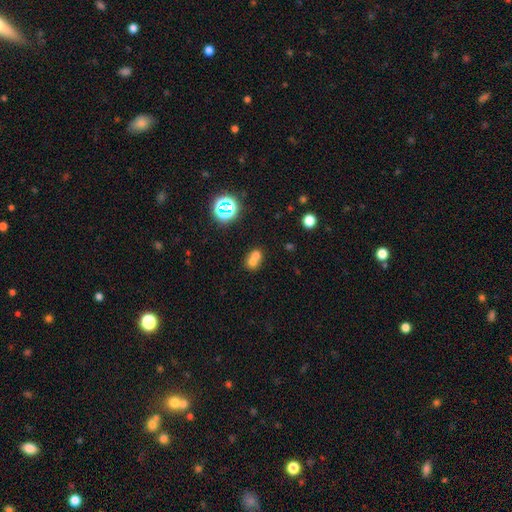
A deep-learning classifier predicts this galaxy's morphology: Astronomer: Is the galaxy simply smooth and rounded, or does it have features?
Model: smooth — 63%.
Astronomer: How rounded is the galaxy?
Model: round — 64%.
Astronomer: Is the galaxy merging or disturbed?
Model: merger — 65%.